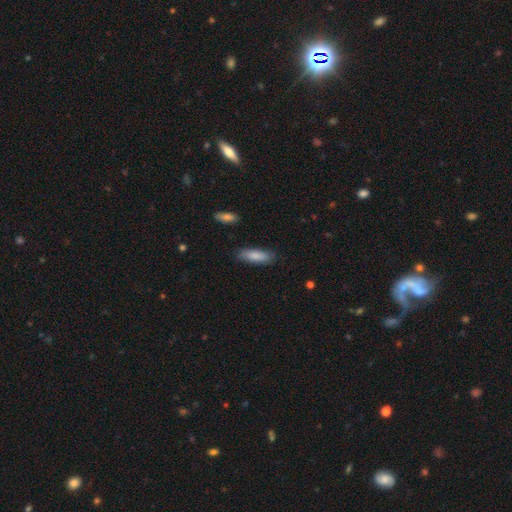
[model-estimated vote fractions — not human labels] This appears to be a smooth galaxy with no disk features (85%) that is in between round and cigar-shaped (53%). Merging: none (83%).